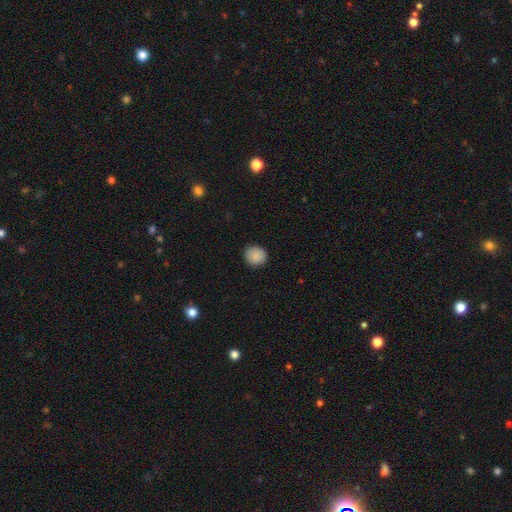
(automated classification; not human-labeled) A smooth galaxy with no disk features (88%) that is round (87%).

Vote fractions:
- Smooth or featured? smooth: 88% / star or artifact: 8% / featured or disk: 4%
- How rounded? round: 87% / in between: 12% / cigar-shaped: 1%
- Merging? none: 89% / minor disturbance: 8% / major disturbance: 2% / merger: 1%